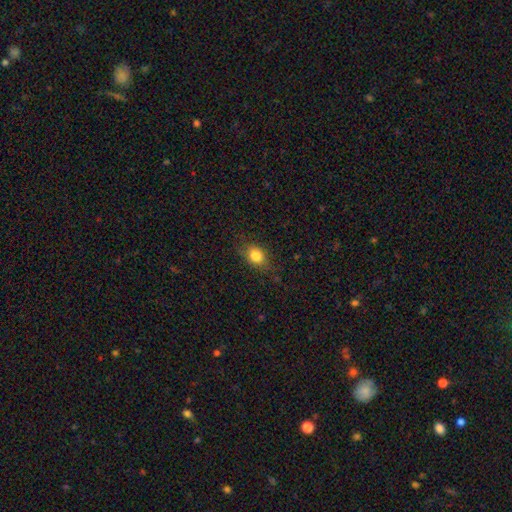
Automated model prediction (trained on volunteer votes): The model was most divided on "how rounded": in between: 57%, round: 41%, cigar-shaped: 2%. More confident: smooth or featured — smooth (81%); merging — none (78%).